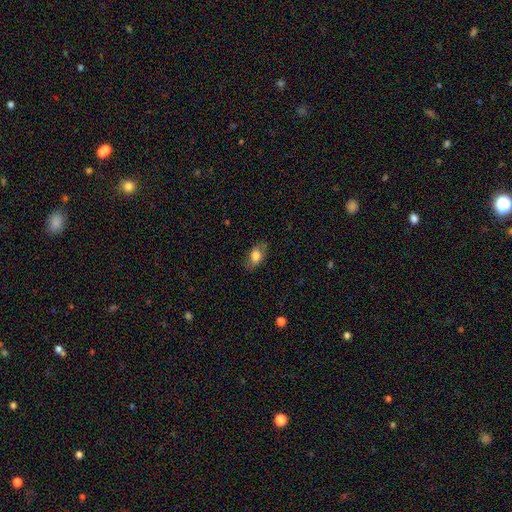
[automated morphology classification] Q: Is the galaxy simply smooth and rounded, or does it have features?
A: smooth — 72%.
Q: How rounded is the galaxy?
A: in between — 89%.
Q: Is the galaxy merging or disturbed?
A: none — 78%.